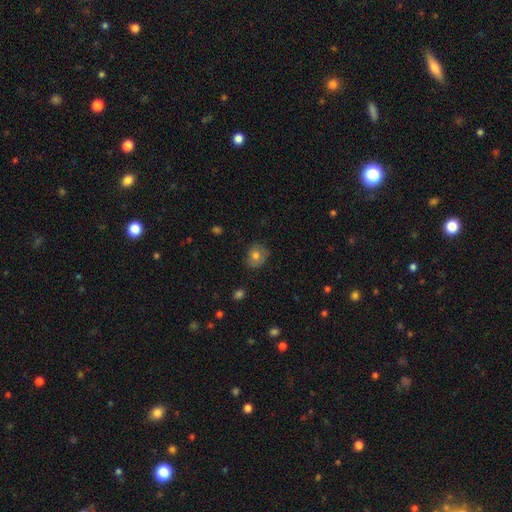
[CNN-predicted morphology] A smooth galaxy with no disk features (73%) that is round (64%). Merging: none (73%).